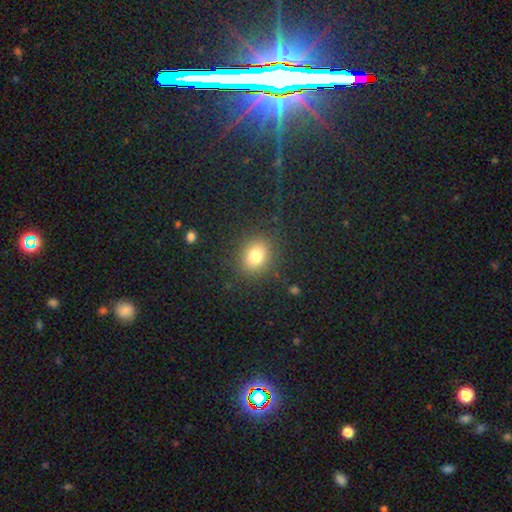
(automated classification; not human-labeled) Morphology: type=smooth (79%); roundness=round (63%); merging=none (86%).